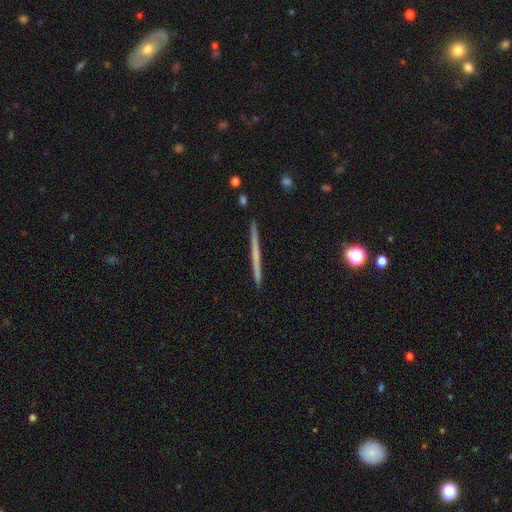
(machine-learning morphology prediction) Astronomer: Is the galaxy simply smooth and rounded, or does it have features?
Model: featured or disk — 52% (runner-up: smooth, 42%).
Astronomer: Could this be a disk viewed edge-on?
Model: yes — 98%.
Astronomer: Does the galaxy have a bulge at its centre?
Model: none — 90%.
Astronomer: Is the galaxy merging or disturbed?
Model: none — 93%.